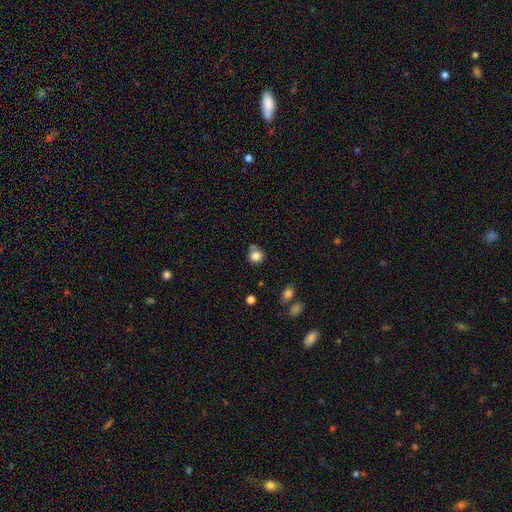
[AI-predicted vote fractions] Smooth or featured?
  - smooth: 82% *
  - star or artifact: 11%
  - featured or disk: 6%
How rounded?
  - round: 87% *
  - in between: 12%
  - cigar-shaped: 1%
Merging?
  - none: 66% *
  - minor disturbance: 18%
  - merger: 11%
  - major disturbance: 5%